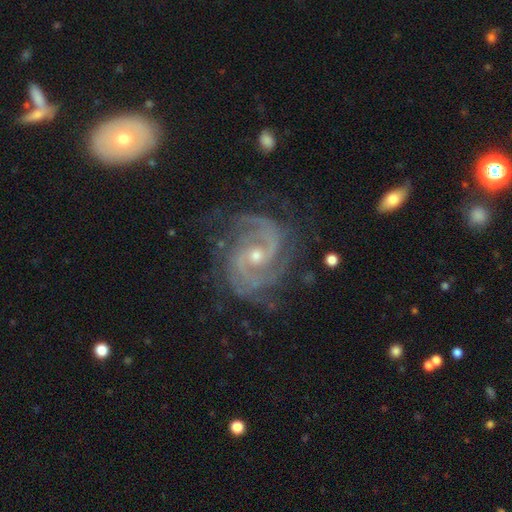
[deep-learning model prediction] Smooth or featured? featured or disk (92%)
Edge-on disk? no (98%)
Bar? no (56%)
Spiral arms? yes (98%)
Spiral winding? tight (51%)
Spiral arm count? 2 (61%)
Bulge size? small (53%)
Merging? none (72%)